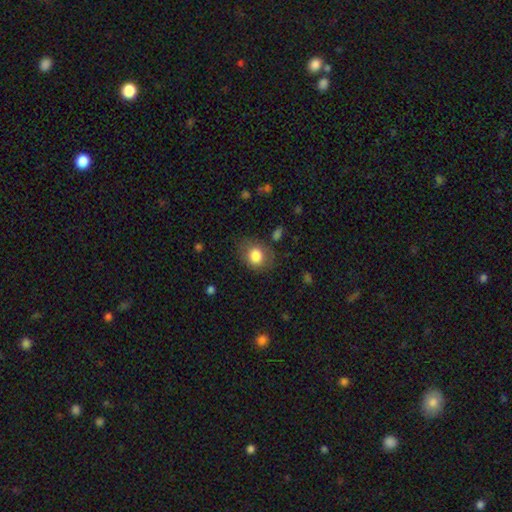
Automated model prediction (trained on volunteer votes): Smooth or featured? Predicted: smooth (p=0.82). How rounded? Predicted: round (p=0.62). Merging? Predicted: none (p=0.75).